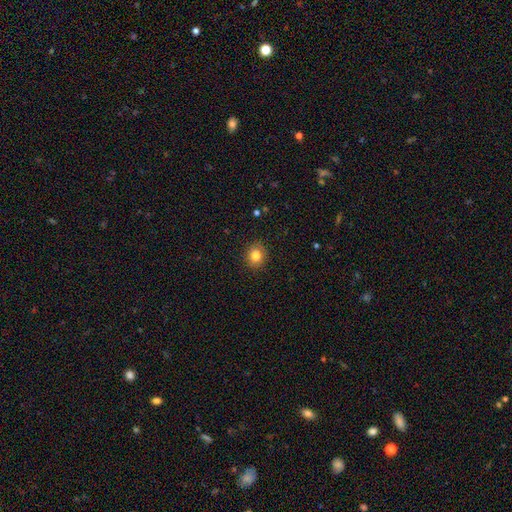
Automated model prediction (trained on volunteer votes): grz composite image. It shows a smooth galaxy with no disk features (83%) that is round (77%). Merging: none (90%).